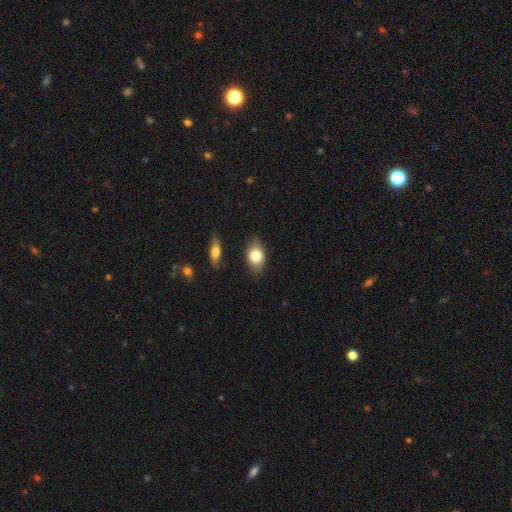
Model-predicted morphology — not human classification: This appears to be a smooth galaxy with no disk features (79%) that is in between round and cigar-shaped (83%). Merging: none (79%).